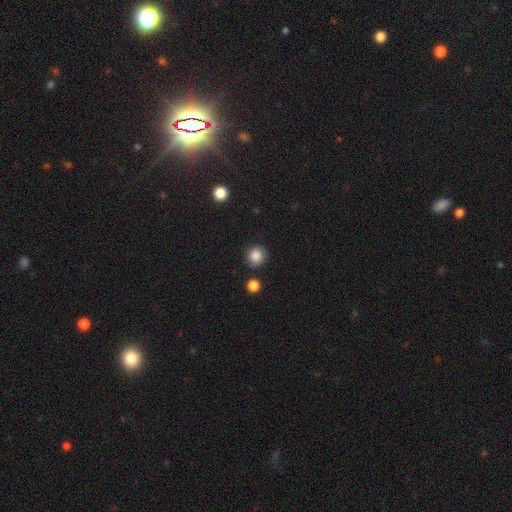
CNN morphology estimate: The model was most divided on "merging": none: 85%, minor disturbance: 9%, merger: 3%, major disturbance: 2%. More confident: how rounded — round (90%); smooth or featured — smooth (86%).